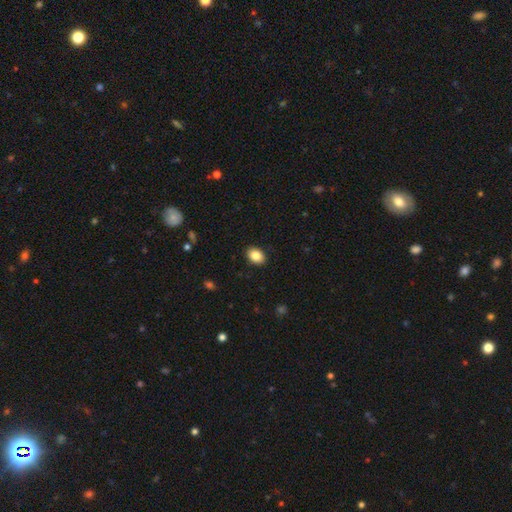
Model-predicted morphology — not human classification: type=smooth (86%); roundness=in between (74%); merging=none (90%).